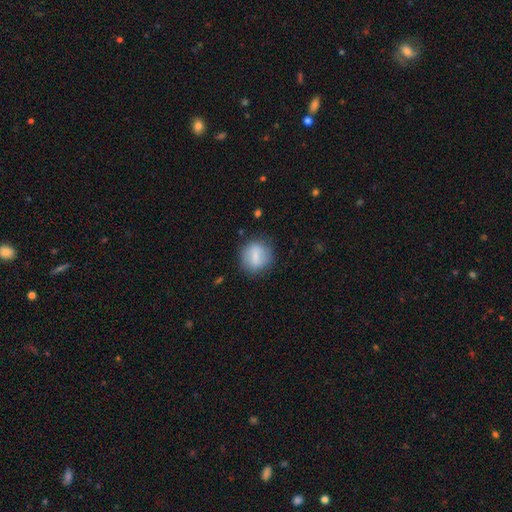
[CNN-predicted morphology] A smooth galaxy with no disk features (66%) that is round (76%).

Vote fractions:
- Smooth or featured? smooth: 66% / featured or disk: 26% / star or artifact: 8%
- How rounded? round: 76% / in between: 22% / cigar-shaped: 2%
- Merging? none: 77% / minor disturbance: 15% / major disturbance: 5% / merger: 3%